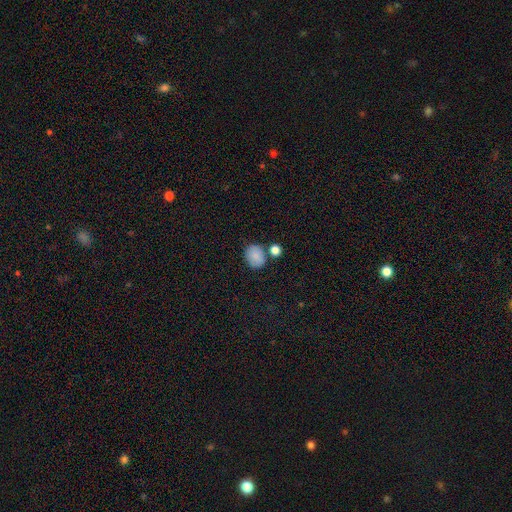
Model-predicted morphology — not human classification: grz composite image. It shows a smooth galaxy with no disk features (84%) that is round (56%). Merging: none (69%).